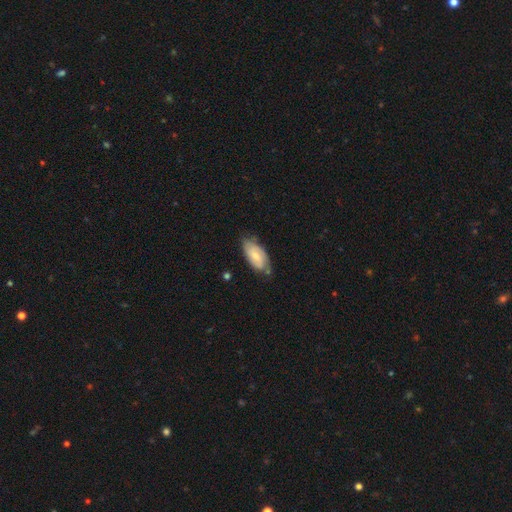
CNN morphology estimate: This is possibly a smooth galaxy (55%). How rounded: clearly in between (90%). Merging: likely none (62%).